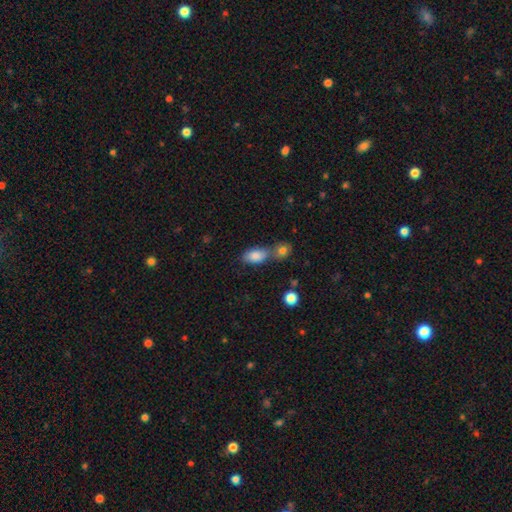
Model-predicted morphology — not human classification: Smooth or featured? Predicted: smooth (p=0.83). How rounded? Predicted: in between (p=0.89). Merging? Predicted: merger (p=0.42).